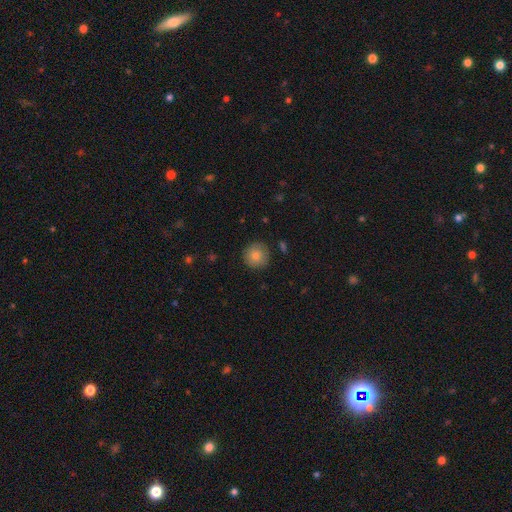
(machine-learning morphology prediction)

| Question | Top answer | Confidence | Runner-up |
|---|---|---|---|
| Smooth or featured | smooth | 83% | featured or disk (9%) |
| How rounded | round | 95% | in between (5%) |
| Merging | none | 87% | minor disturbance (10%) |